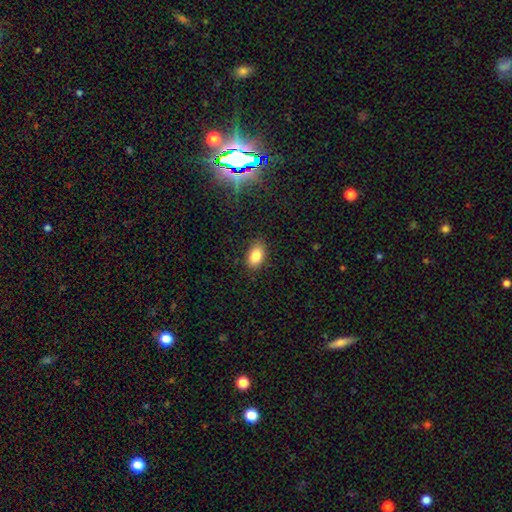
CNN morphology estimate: Smooth or featured?
  - smooth: 83% *
  - star or artifact: 9%
  - featured or disk: 8%
How rounded?
  - in between: 89% *
  - round: 9%
  - cigar-shaped: 2%
Merging?
  - none: 85% *
  - minor disturbance: 12%
  - major disturbance: 3%
  - merger: 1%